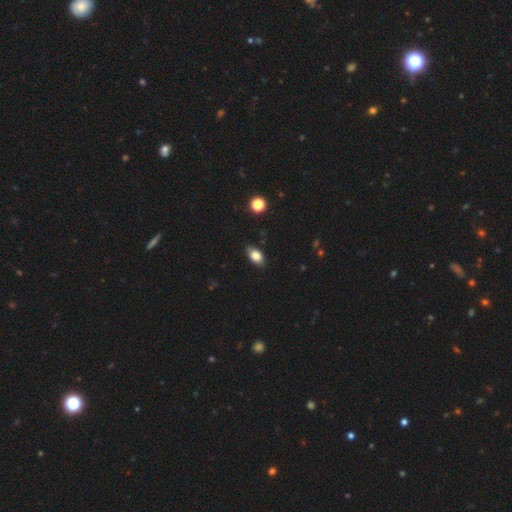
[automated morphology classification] The model was most divided on "merging": none: 82%, minor disturbance: 14%, major disturbance: 2%, merger: 1%. More confident: how rounded — in between (87%); smooth or featured — smooth (82%).